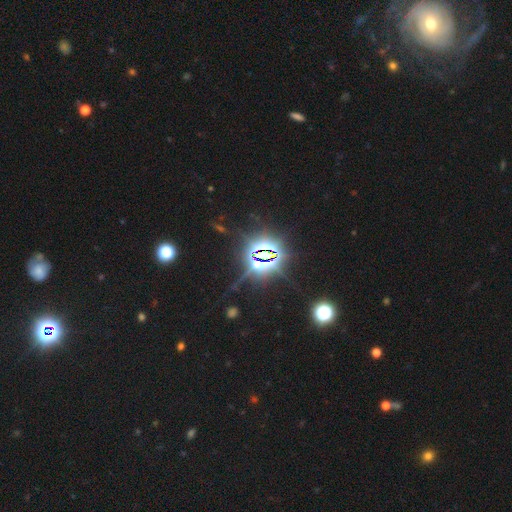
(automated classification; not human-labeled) The model was most divided on "smooth or featured": star or artifact: 84%, smooth: 9%, featured or disk: 7%.